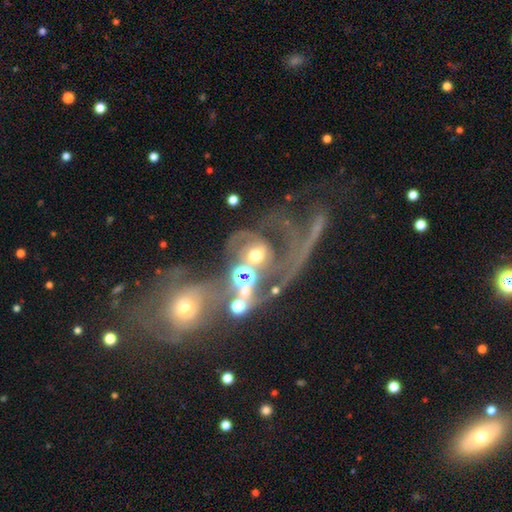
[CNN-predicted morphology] Smooth or featured?
  - featured or disk: 62% *
  - smooth: 21%
  - star or artifact: 16%
Edge-on disk?
  - no: 96% *
  - yes: 4%
Bar?
  - no: 64% *
  - weak: 21%
  - strong: 15%
Spiral arms?
  - yes: 69% *
  - no: 31%
Bulge size?
  - moderate: 55% *
  - large: 17%
  - small: 16%
  - dominant: 6%
  - none: 6%
Merging?
  - merger: 34% *
  - major disturbance: 33%
  - none: 22%
  - minor disturbance: 10%